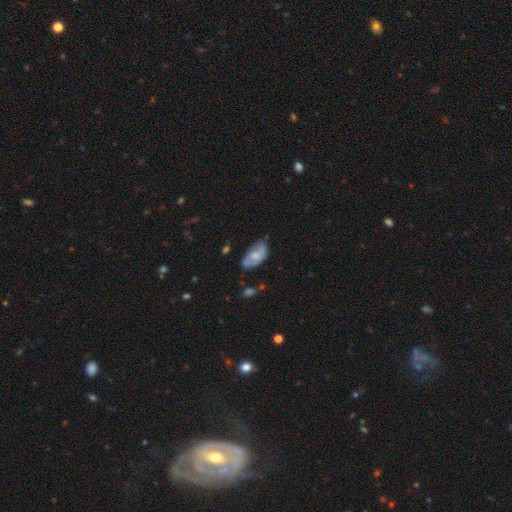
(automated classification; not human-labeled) Smooth or featured?
  - smooth: 62% *
  - featured or disk: 31%
  - star or artifact: 7%
How rounded?
  - in between: 93% *
  - round: 4%
  - cigar-shaped: 3%
Merging?
  - none: 53% *
  - minor disturbance: 34%
  - major disturbance: 9%
  - merger: 4%